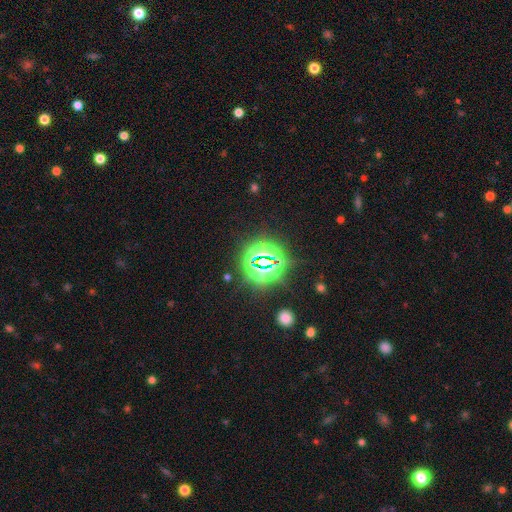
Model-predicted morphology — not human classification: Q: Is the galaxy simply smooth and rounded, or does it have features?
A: star or artifact — 80%.